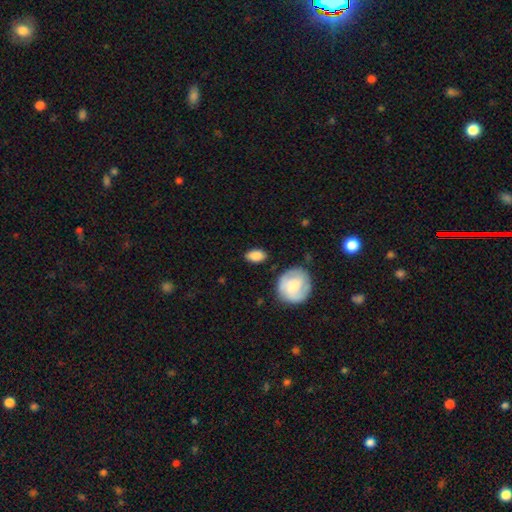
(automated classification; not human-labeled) Q: Smooth or featured?
A: smooth (84%); runner-up: featured or disk (10%)
Q: How rounded?
A: in between (84%); runner-up: round (13%)
Q: Merging?
A: none (80%); runner-up: minor disturbance (14%)